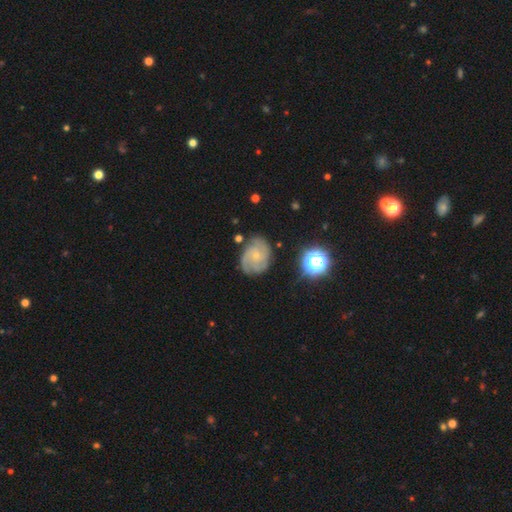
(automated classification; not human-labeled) The model was most divided on "spiral arm count": 3: 28%, can't tell: 27%, 2: 25%, 4: 10%, 1: 5%, more than 4: 5%. More confident: edge-on disk — no (98%); spiral arms — yes (93%); bulge size — small (79%); bar — no (76%); smooth or featured — featured or disk (76%); merging — none (68%); spiral winding — tight (50%).